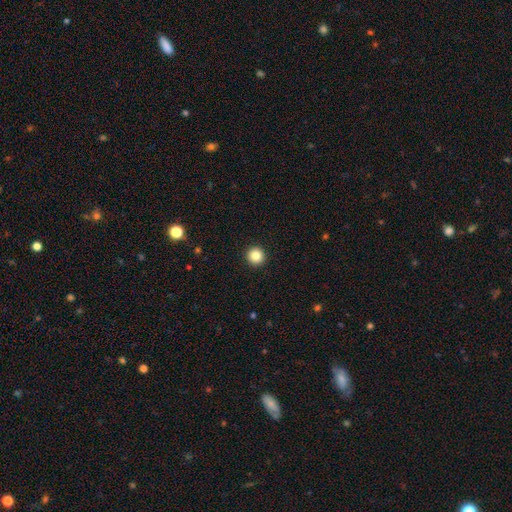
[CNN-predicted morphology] Overall: smooth (84%). How rounded: round (96%). Merging: none (94%).